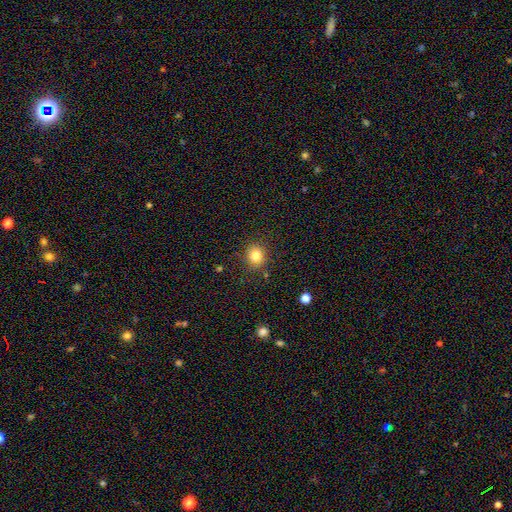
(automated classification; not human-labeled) This is clearly a smooth galaxy (82%). How rounded: likely round (79%). Merging: clearly none (86%).